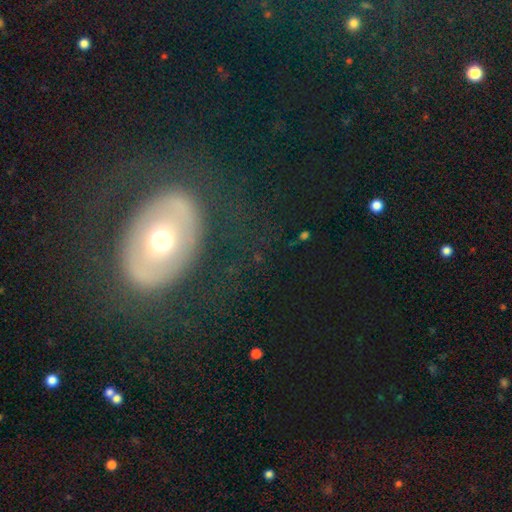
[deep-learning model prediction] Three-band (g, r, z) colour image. It shows a featured or disk galaxy (50%). Merging: none (82%).